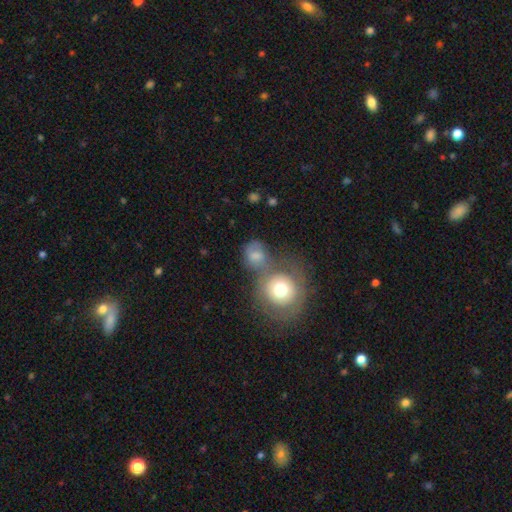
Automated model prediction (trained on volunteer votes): A smooth galaxy with no disk features (64%) that is round (70%).

Vote fractions:
- Smooth or featured? smooth: 64% / featured or disk: 26% / star or artifact: 11%
- How rounded? round: 70% / in between: 29% / cigar-shaped: 1%
- Merging? merger: 41% / none: 34% / minor disturbance: 14% / major disturbance: 11%